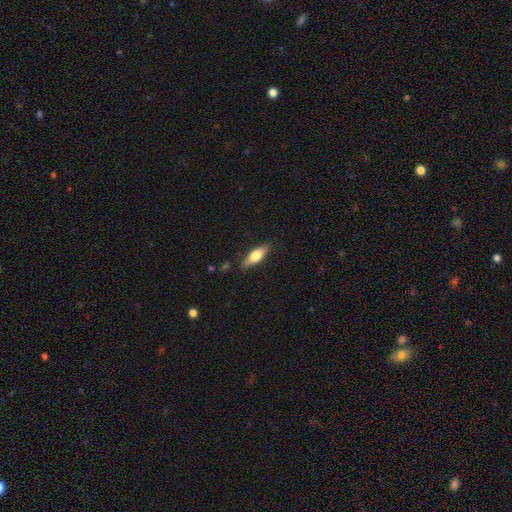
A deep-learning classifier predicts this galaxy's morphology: Smooth or featured?
  - smooth: 61% *
  - featured or disk: 33%
  - star or artifact: 6%
How rounded?
  - in between: 60% *
  - cigar-shaped: 37%
  - round: 3%
Merging?
  - none: 83% *
  - minor disturbance: 13%
  - major disturbance: 3%
  - merger: 2%